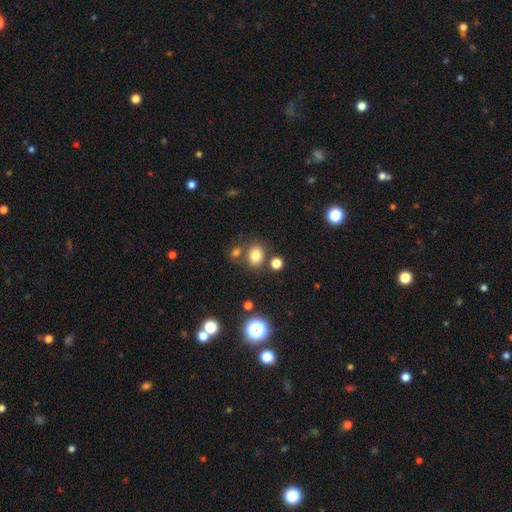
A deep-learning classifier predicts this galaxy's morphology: Smooth or featured?
  - smooth: 78% *
  - star or artifact: 14%
  - featured or disk: 7%
How rounded?
  - round: 62% *
  - in between: 37%
  - cigar-shaped: 1%
Merging?
  - none: 71% *
  - merger: 13%
  - minor disturbance: 12%
  - major disturbance: 4%